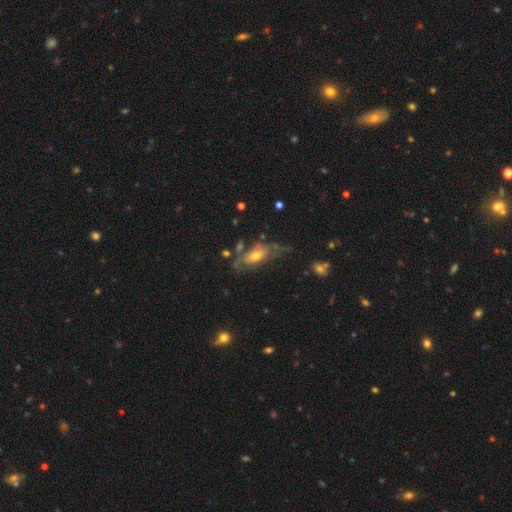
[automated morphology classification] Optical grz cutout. It shows a featured or disk galaxy (59%). Merging: none (39%).